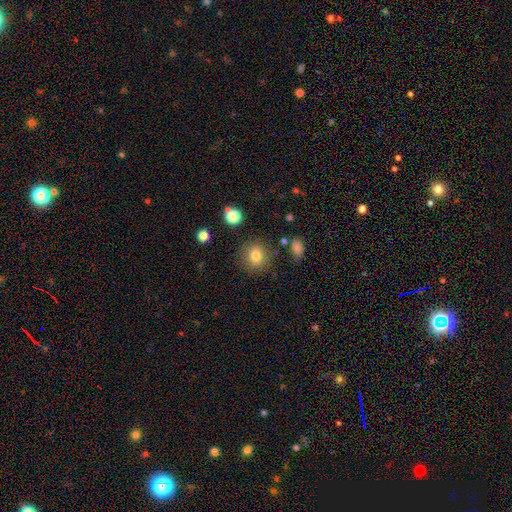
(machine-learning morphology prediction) smooth_or_featured: smooth (p=0.80) [alt: star or artifact p=0.12]
how_rounded: round (p=0.86) [alt: in between p=0.13]
merging: none (p=0.84) [alt: minor disturbance p=0.10]